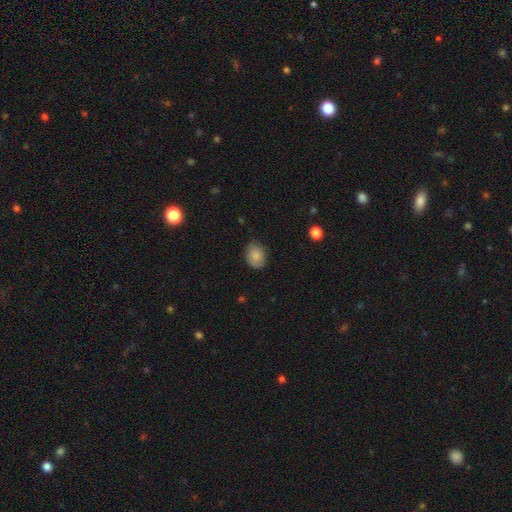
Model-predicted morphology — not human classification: Smooth or featured? smooth (82%)
How rounded? in between (59%)
Merging? none (81%)